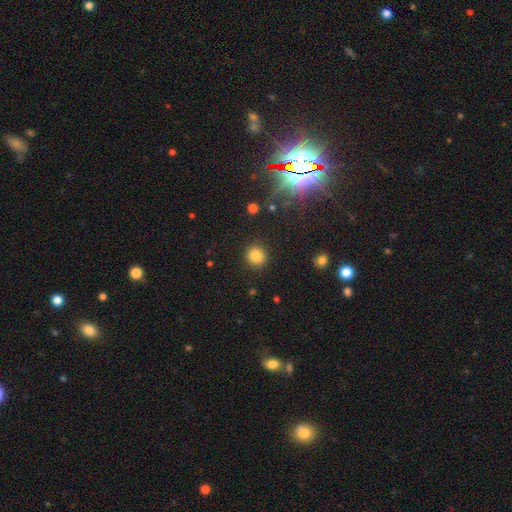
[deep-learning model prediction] A smooth galaxy with no disk features (83%) that is round (91%). Merging: none (90%).